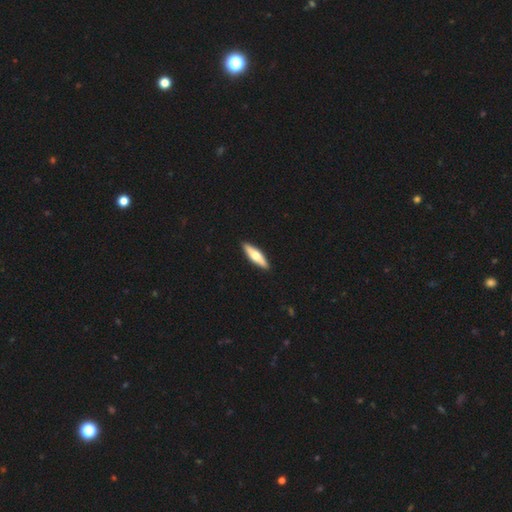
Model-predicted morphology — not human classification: The model was most divided on "smooth or featured": smooth: 52%, featured or disk: 44%, star or artifact: 5%. More confident: merging — none (92%); how rounded — cigar-shaped (66%).